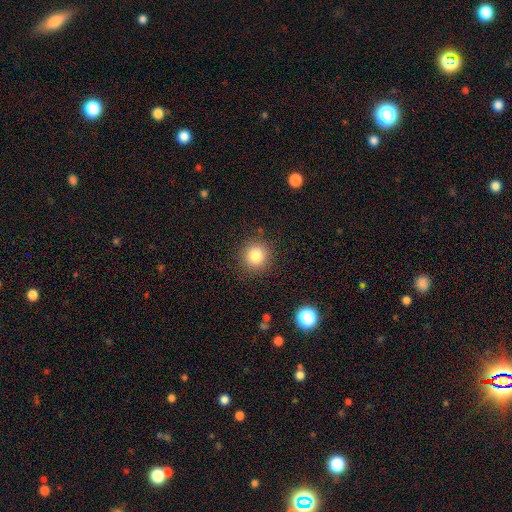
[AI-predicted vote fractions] A smooth galaxy with no disk features (82%) that is round (92%).

Vote fractions:
- Smooth or featured? smooth: 82% / star or artifact: 11% / featured or disk: 6%
- How rounded? round: 92% / in between: 7% / cigar-shaped: 1%
- Merging? none: 89% / minor disturbance: 7% / major disturbance: 3% / merger: 1%